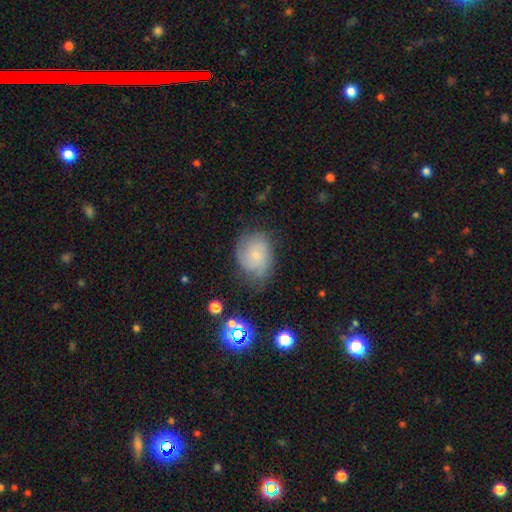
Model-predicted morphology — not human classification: smooth_or_featured: featured or disk (p=0.53) [alt: smooth p=0.36]
disk_edge_on: no (p=0.97) [alt: yes p=0.03]
bar: no (p=0.78) [alt: weak p=0.19]
has_spiral_arms: yes (p=0.87) [alt: no p=0.13]
bulge_size: small (p=0.76) [alt: moderate p=0.16]
merging: none (p=0.59) [alt: minor disturbance p=0.27]